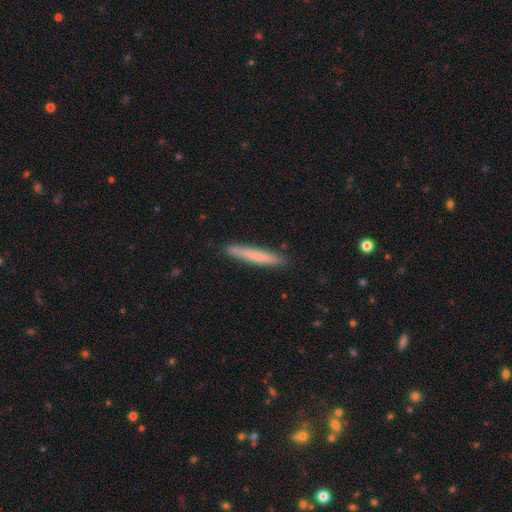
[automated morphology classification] A smooth galaxy with no disk features (71%) that is cigar-shaped (96%). Merging: none (87%).